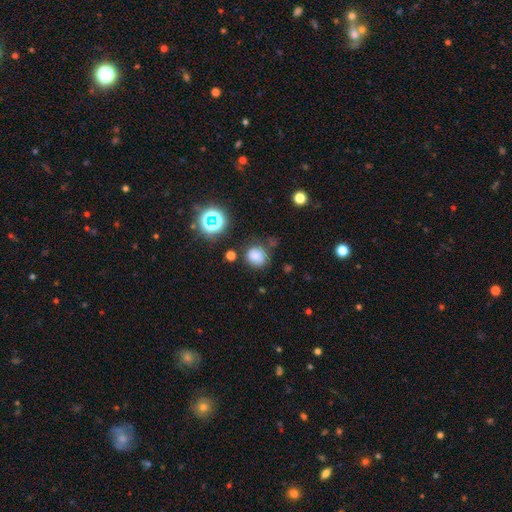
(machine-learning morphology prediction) Overall: smooth (78%). How rounded: round (80%). Merging: none (75%).